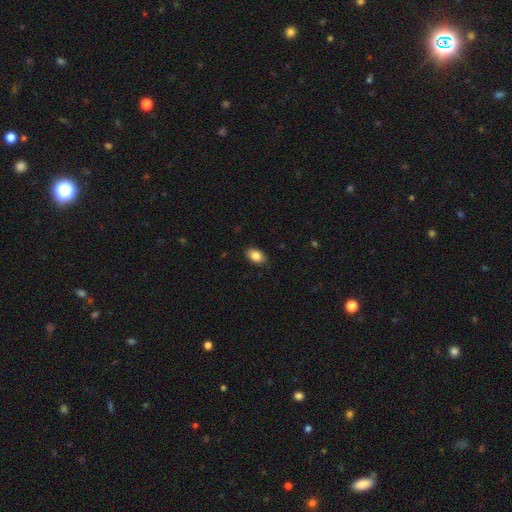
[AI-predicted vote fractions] A smooth galaxy with no disk features (86%) that is in between round and cigar-shaped (86%). Merging: none (86%).